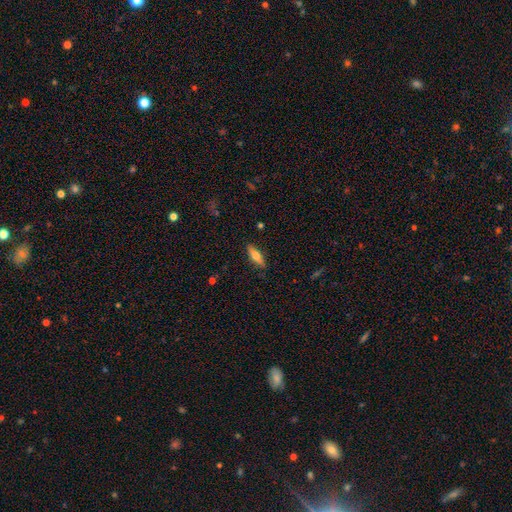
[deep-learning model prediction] The model was most divided on "how rounded": cigar-shaped: 57%, in between: 41%, round: 2%. More confident: merging — none (87%); smooth or featured — smooth (56%).